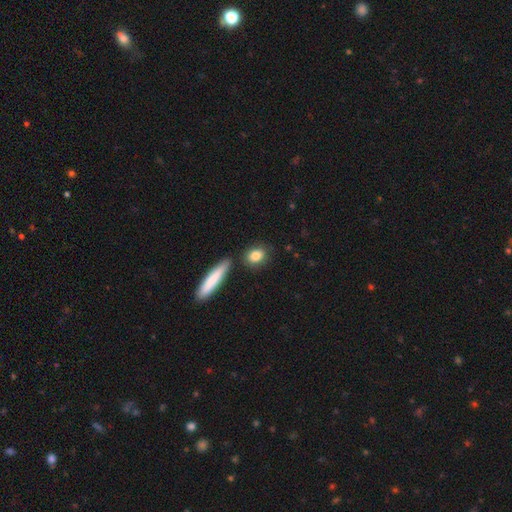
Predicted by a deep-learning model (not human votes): Smooth or featured: smooth — 83% (featured or disk — 10%)
How rounded: in between — 59% (round — 31%)
Merging: none — 81% (minor disturbance — 10%)